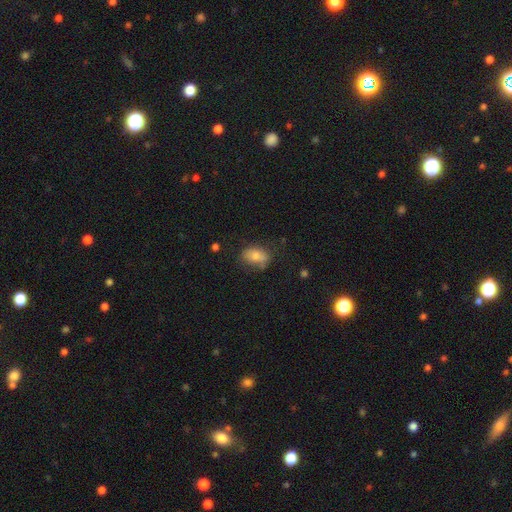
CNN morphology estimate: The model was most divided on "merging": none: 61%, minor disturbance: 26%, major disturbance: 8%, merger: 4%. More confident: how rounded — in between (81%); smooth or featured — smooth (72%).